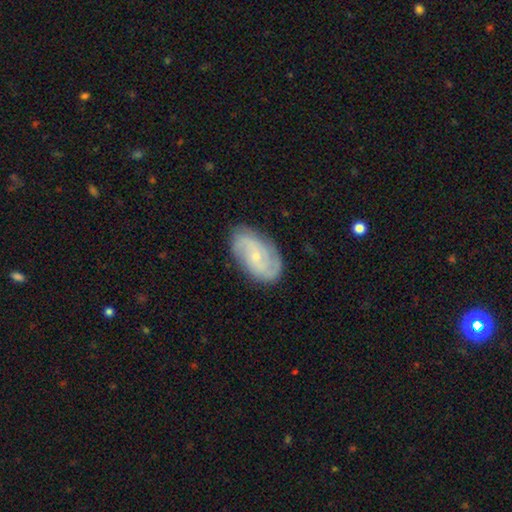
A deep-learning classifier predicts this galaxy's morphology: Smooth or featured?
  - featured or disk: 78% *
  - smooth: 16%
  - star or artifact: 6%
Edge-on disk?
  - no: 96% *
  - yes: 4%
Bar?
  - no: 56% *
  - weak: 36%
  - strong: 8%
Spiral arms?
  - yes: 95% *
  - no: 5%
Spiral winding?
  - medium: 44% *
  - tight: 38%
  - loose: 18%
Spiral arm count?
  - 2: 62% *
  - can't tell: 15%
  - 3: 14%
  - 4: 4%
  - 1: 3%
  - more than 4: 3%
Bulge size?
  - small: 77% *
  - moderate: 18%
  - none: 3%
  - large: 1%
  - dominant: 1%
Merging?
  - none: 81% *
  - minor disturbance: 14%
  - major disturbance: 3%
  - merger: 1%